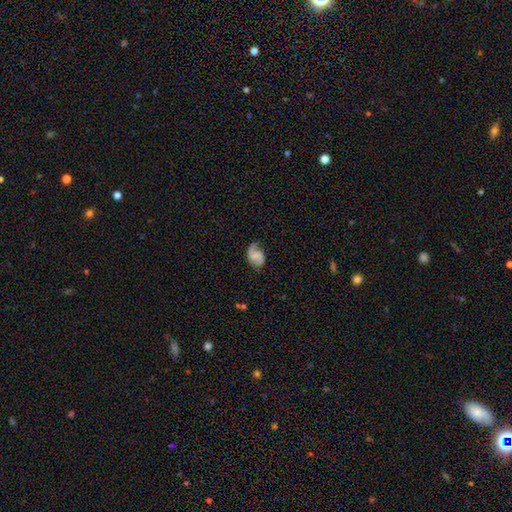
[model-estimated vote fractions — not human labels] Smooth or featured?
  - featured or disk: 71% *
  - smooth: 22%
  - star or artifact: 7%
Edge-on disk?
  - no: 98% *
  - yes: 2%
Bar?
  - no: 44% * (tied)
  - weak: 44% * (tied)
  - strong: 12%
Spiral arms?
  - yes: 94% *
  - no: 6%
Spiral winding?
  - medium: 43% *
  - loose: 41%
  - tight: 16%
Spiral arm count?
  - 2: 80% *
  - 1: 14%
  - can't tell: 4%
  - 3: 1%
  - 4: 1%
  - more than 4: 1%
Bulge size?
  - none: 42% *
  - small: 36%
  - moderate: 18%
  - large: 3%
  - dominant: 1%
Merging?
  - none: 66% *
  - minor disturbance: 23%
  - major disturbance: 10%
  - merger: 2%